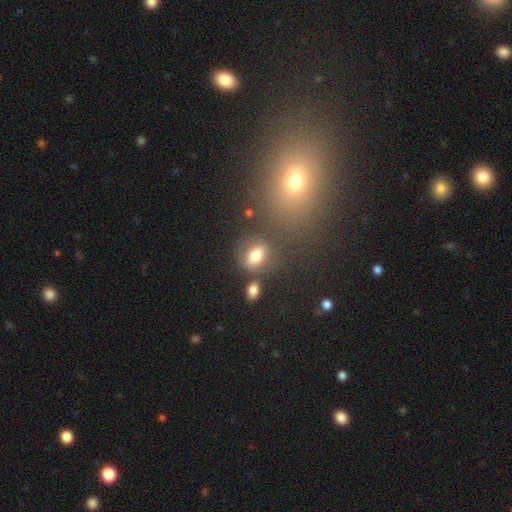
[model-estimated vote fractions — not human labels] Overall: smooth (74%). How rounded: in between (69%). Merging: none (63%).